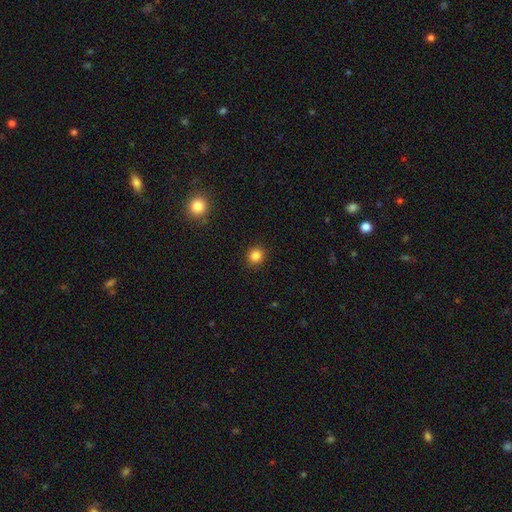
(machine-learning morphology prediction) The model was most divided on "how rounded": round: 84%, in between: 15%, cigar-shaped: 1%. More confident: merging — none (91%); smooth or featured — smooth (84%).